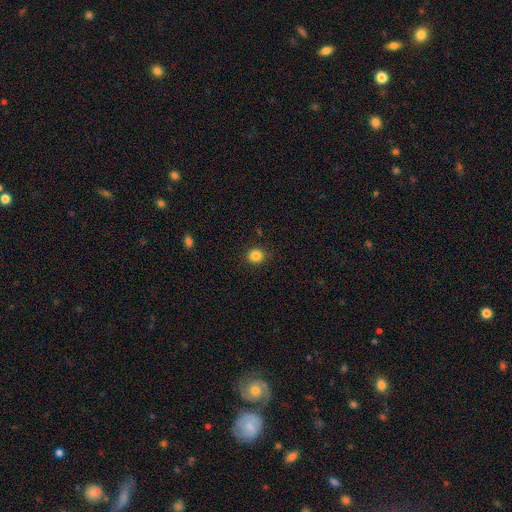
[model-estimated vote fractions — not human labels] This is clearly a smooth galaxy (85%). How rounded: clearly round (84%). Merging: clearly none (89%).